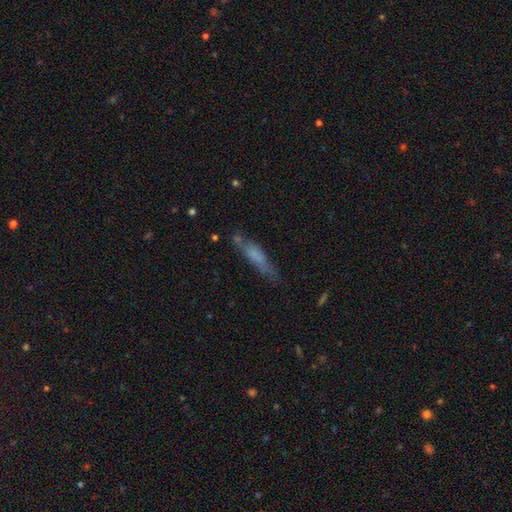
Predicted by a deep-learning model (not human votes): The model was most divided on "smooth or featured": smooth: 59%, featured or disk: 32%, star or artifact: 8%. More confident: how rounded — cigar-shaped (84%); merging — none (64%).